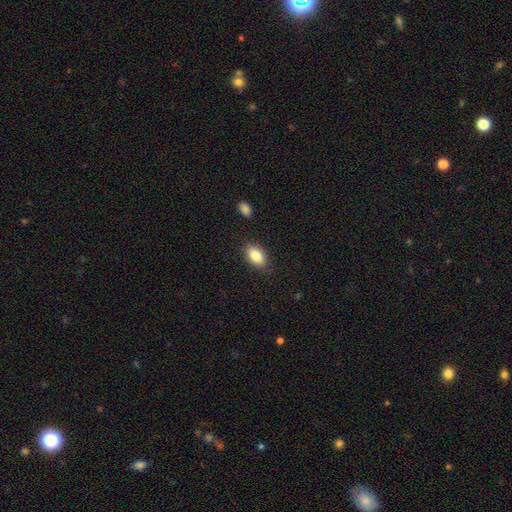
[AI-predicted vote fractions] smooth_or_featured: smooth (p=0.85) [alt: featured or disk p=0.08]
how_rounded: in between (p=0.91) [alt: round p=0.06]
merging: none (p=0.85) [alt: minor disturbance p=0.10]